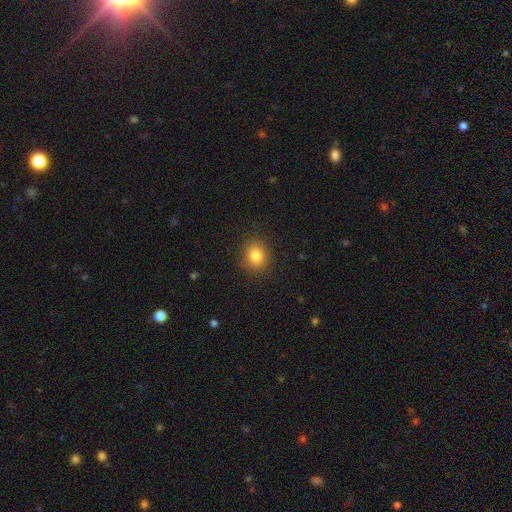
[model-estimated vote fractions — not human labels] smooth-or-featured: smooth: 83% | star or artifact: 11% | featured or disk: 6%
  how-rounded: round: 76% | in between: 23% | cigar-shaped: 1%
  merging: none: 88% | minor disturbance: 8% | major disturbance: 3% | merger: 1%